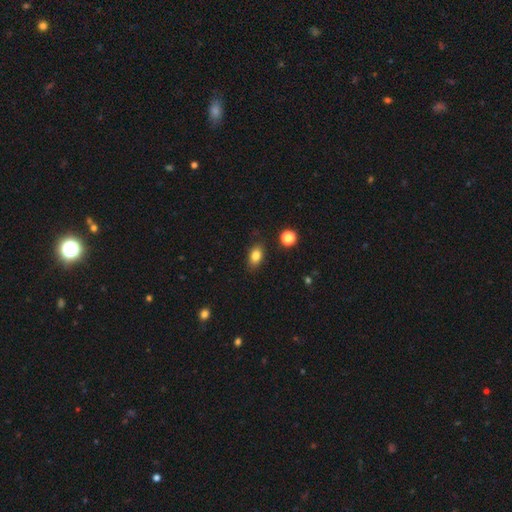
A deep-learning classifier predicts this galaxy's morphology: Overall: smooth (82%). How rounded: in between (83%). Merging: none (86%).